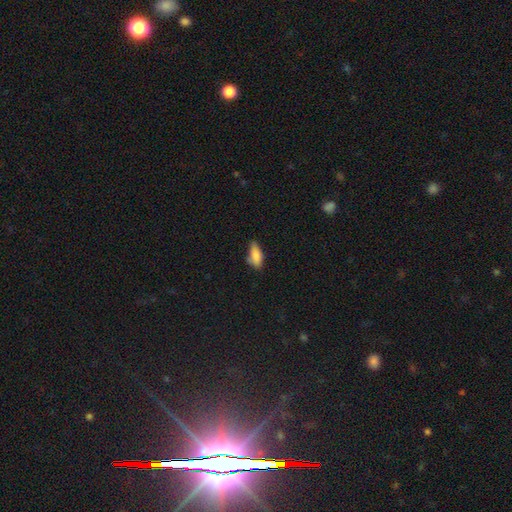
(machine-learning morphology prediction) Smooth or featured? Predicted: smooth (p=0.82). How rounded? Predicted: in between (p=0.81). Merging? Predicted: none (p=0.55).